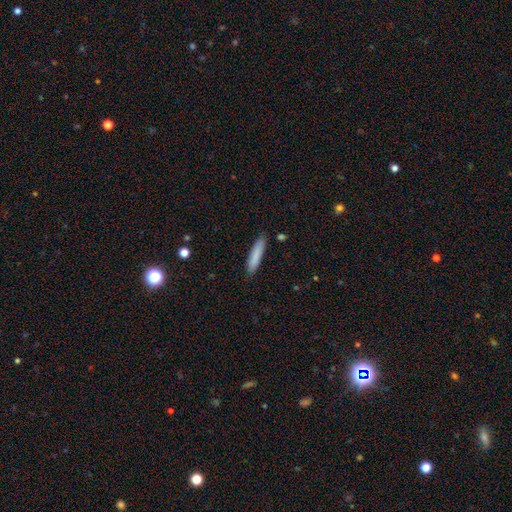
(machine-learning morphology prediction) This appears to be a smooth galaxy with no disk features (84%) that is cigar-shaped (87%). Merging: none (87%).